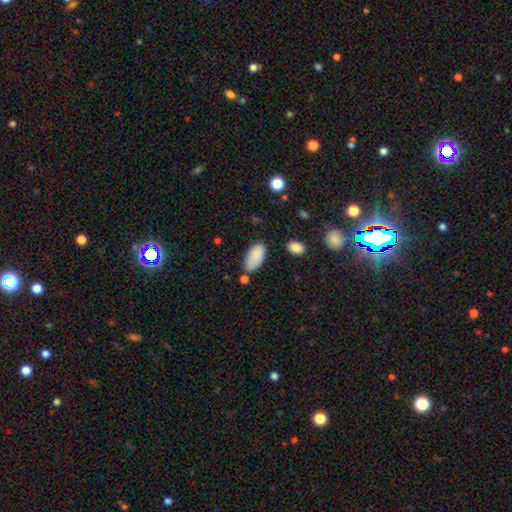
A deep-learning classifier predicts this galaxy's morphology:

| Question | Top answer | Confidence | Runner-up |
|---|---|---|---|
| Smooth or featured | smooth | 87% | star or artifact (7%) |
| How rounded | in between | 94% | cigar-shaped (4%) |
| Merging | none | 66% | minor disturbance (22%) |